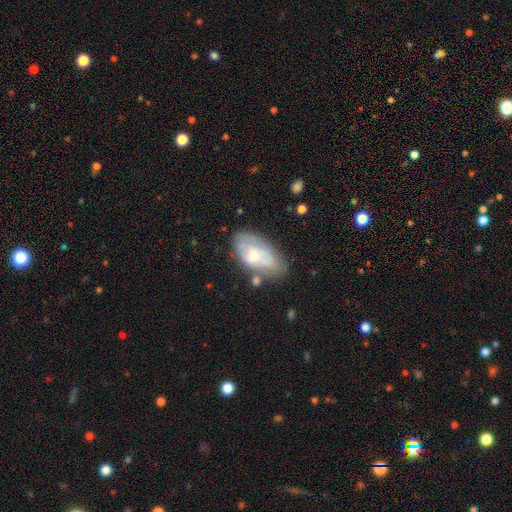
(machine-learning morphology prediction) smooth_or_featured: smooth (p=0.50) [alt: featured or disk p=0.43]
merging: none (p=0.53) [alt: minor disturbance p=0.28]